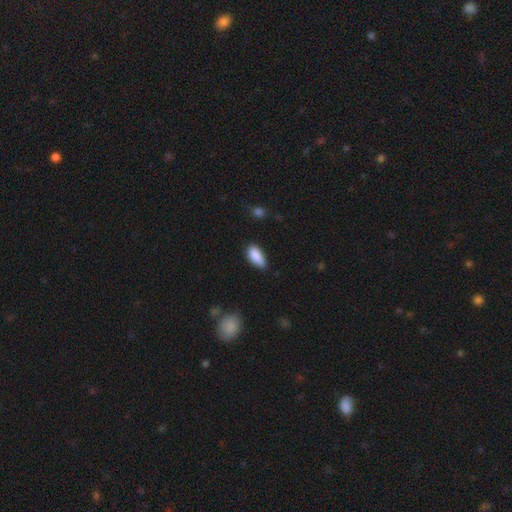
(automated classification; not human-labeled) This is clearly a smooth galaxy (88%). How rounded: clearly in between (88%). Merging: likely none (62%).